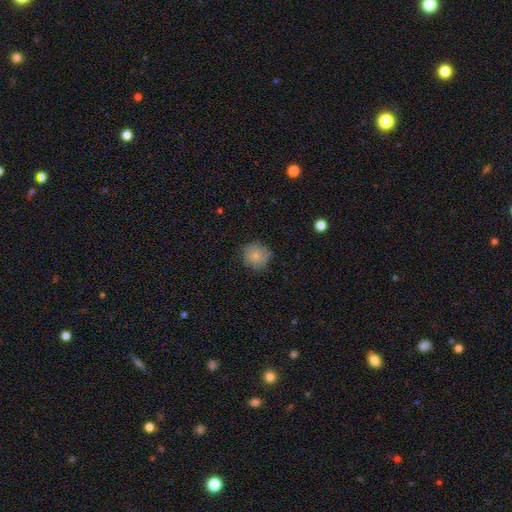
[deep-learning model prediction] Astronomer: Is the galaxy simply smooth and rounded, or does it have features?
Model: smooth — 79%.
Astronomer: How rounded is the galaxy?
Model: round — 90%.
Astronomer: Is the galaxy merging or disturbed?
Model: none — 77%.